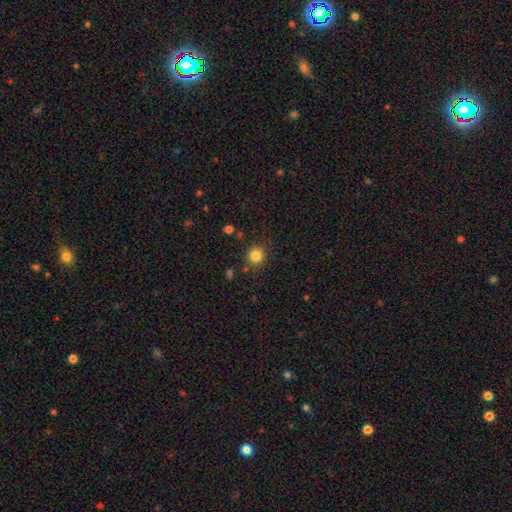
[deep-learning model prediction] Q: Smooth or featured?
A: smooth (83%); runner-up: star or artifact (12%)
Q: How rounded?
A: round (92%); runner-up: in between (8%)
Q: Merging?
A: none (87%); runner-up: minor disturbance (8%)